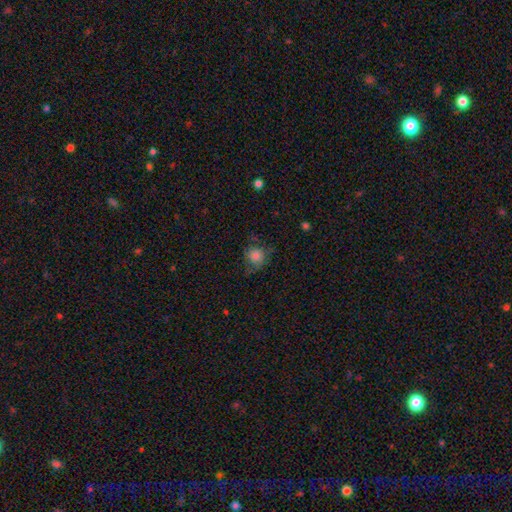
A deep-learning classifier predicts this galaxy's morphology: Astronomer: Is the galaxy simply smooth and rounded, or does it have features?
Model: smooth — 78%.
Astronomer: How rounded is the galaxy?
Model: round — 85%.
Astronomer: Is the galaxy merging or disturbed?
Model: none — 64%.